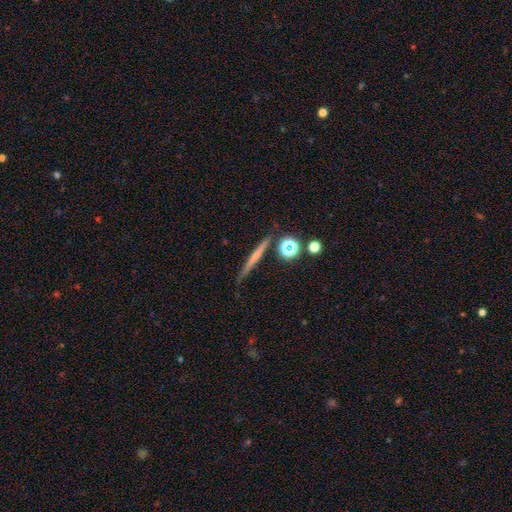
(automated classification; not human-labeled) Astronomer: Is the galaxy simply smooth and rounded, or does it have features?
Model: smooth — 46% (runner-up: featured or disk, 42%).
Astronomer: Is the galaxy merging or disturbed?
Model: none — 84%.